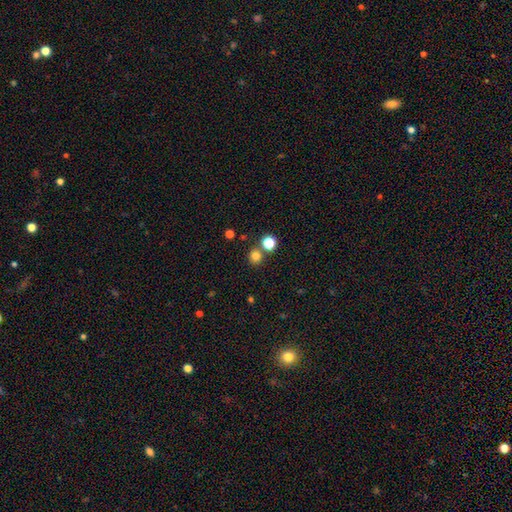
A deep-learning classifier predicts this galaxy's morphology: A smooth galaxy with no disk features (78%) that is round (90%). Merging: none (78%).